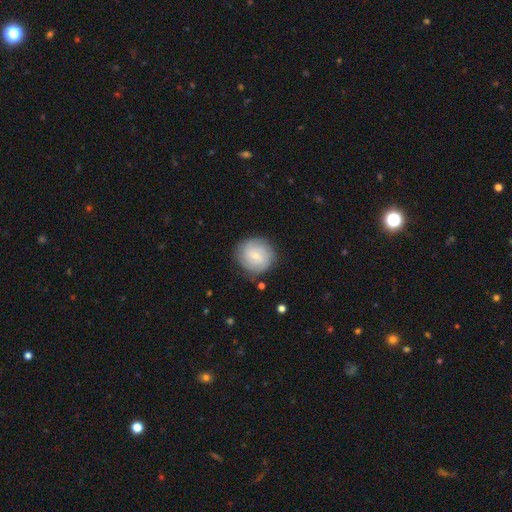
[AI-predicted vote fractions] A featured or disk galaxy (49%). Merging: none (83%).